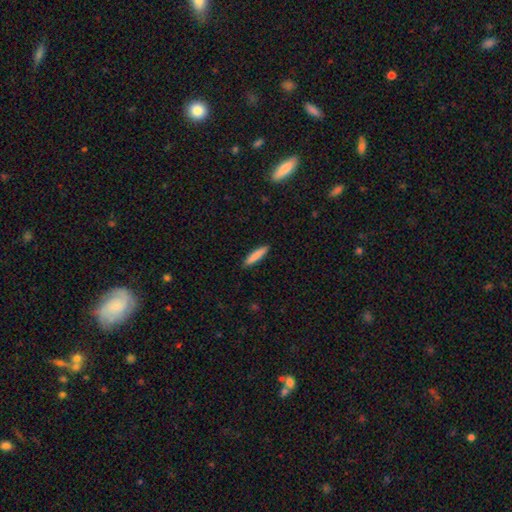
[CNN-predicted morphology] Smooth or featured: smooth — 85% (featured or disk — 9%)
How rounded: cigar-shaped — 86% (in between — 13%)
Merging: none — 90% (minor disturbance — 7%)